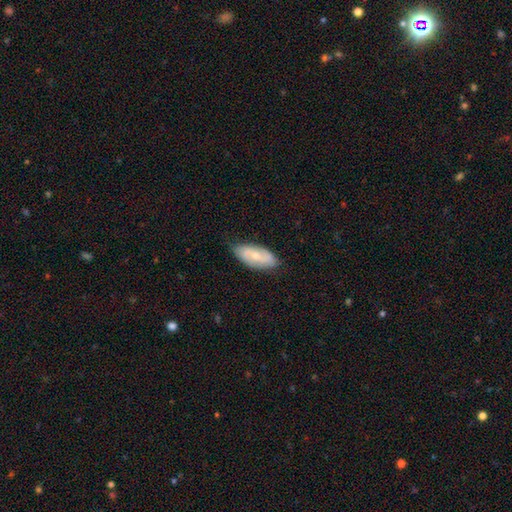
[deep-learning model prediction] featured or disk 50%, smooth 44%, star or artifact 6%. Down the decision tree: merging — none (77%).